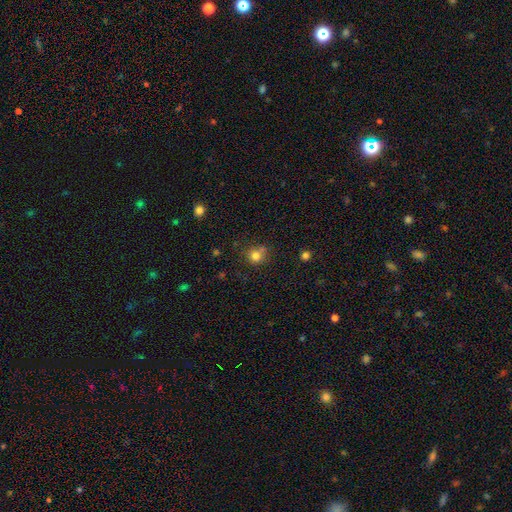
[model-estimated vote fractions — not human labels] Smooth or featured: smooth — 79% (star or artifact — 14%)
How rounded: round — 85% (in between — 14%)
Merging: none — 63% (minor disturbance — 18%)